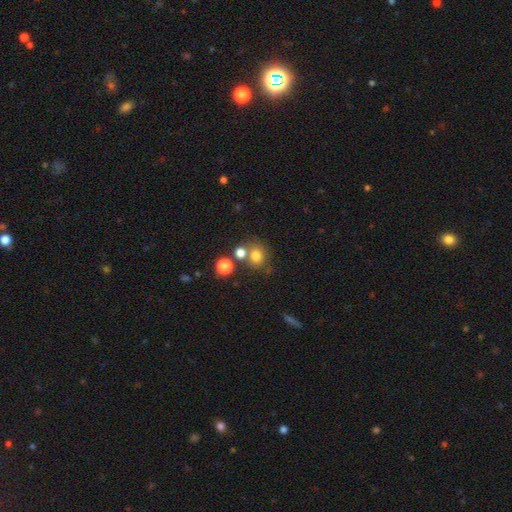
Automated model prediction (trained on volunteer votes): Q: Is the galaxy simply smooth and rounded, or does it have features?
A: smooth — 76%.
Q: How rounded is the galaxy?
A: round — 75%.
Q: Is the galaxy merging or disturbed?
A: none — 61%.